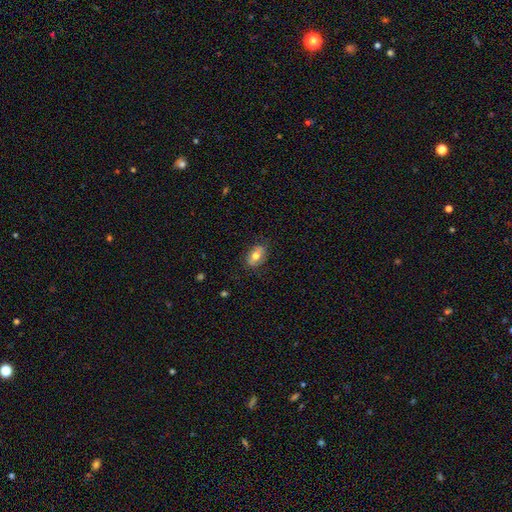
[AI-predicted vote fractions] smooth 65%, featured or disk 27%, star or artifact 8%. Down the decision tree: how rounded — in between (79%); merging — none (77%).